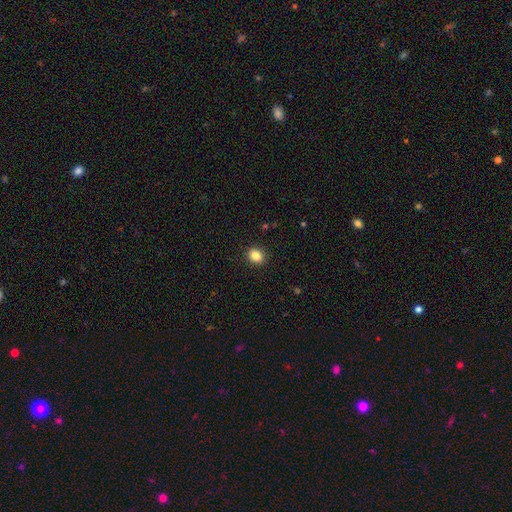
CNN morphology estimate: smooth 85%, star or artifact 10%, featured or disk 5%. Down the decision tree: how rounded — round (56%); merging — none (91%).